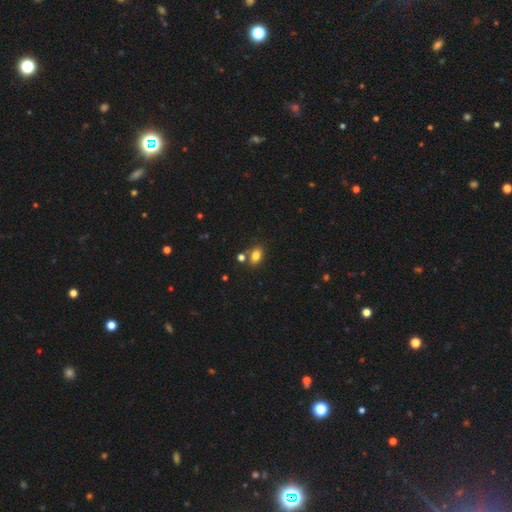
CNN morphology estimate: Smooth or featured: smooth — 81% (star or artifact — 11%)
How rounded: in between — 82% (round — 16%)
Merging: none — 70% (merger — 15%)